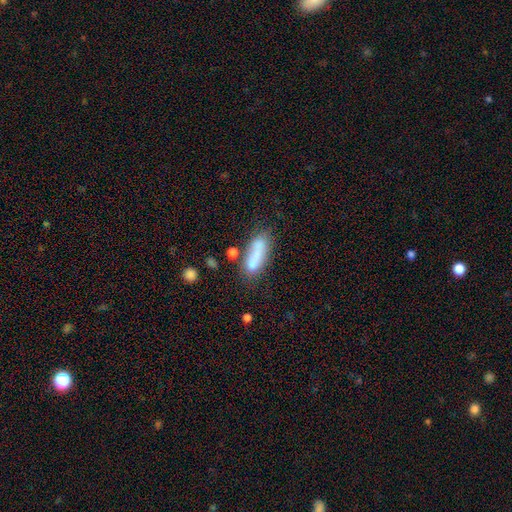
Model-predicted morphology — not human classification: Smooth or featured? Predicted: smooth (p=0.72). How rounded? Predicted: in between (p=0.59). Merging? Predicted: none (p=0.51).